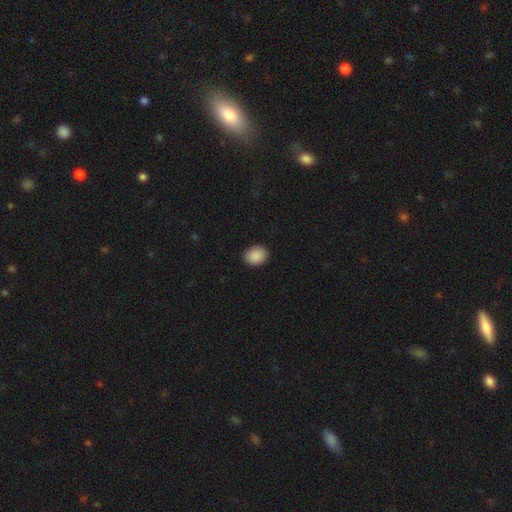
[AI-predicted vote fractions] Morphology: type=smooth (90%); roundness=in between (62%); merging=none (90%).